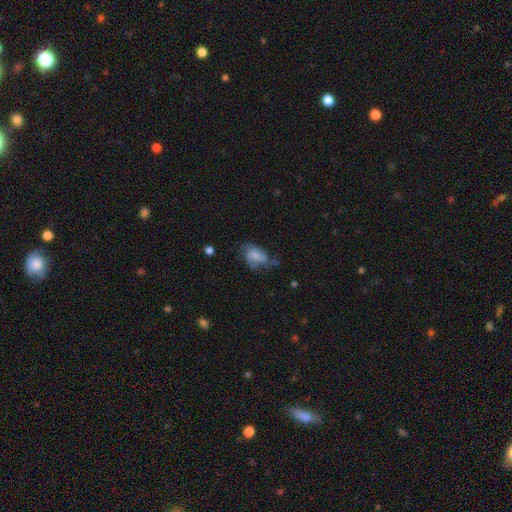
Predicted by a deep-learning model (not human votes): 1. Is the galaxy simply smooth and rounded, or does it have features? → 51% smooth, 40% featured or disk, 9% star or artifact.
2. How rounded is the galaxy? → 83% in between, 15% round, 2% cigar-shaped.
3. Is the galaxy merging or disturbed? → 39% none, 32% minor disturbance, 24% major disturbance, 5% merger.